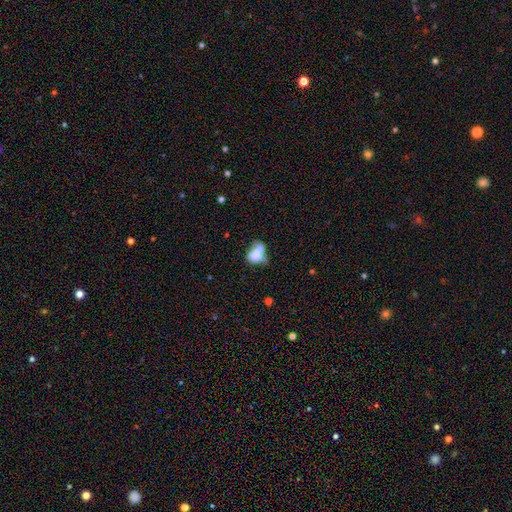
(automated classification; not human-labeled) Overall: smooth (61%; featured or disk 28%). How rounded: in between (65%; round 33%). Merging: merger (33%; none 23%).